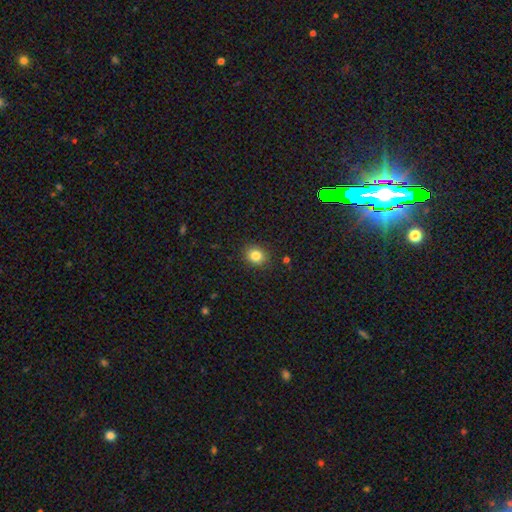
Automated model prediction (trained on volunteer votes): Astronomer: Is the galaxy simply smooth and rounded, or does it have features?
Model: smooth — 83%.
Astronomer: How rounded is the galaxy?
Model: round — 65%.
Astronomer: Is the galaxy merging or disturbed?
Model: none — 89%.